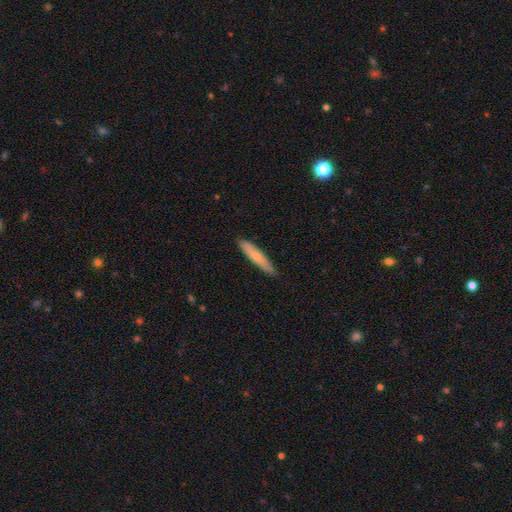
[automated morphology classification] The model was most divided on "smooth or featured": smooth: 66%, featured or disk: 28%, star or artifact: 6%. More confident: how rounded — cigar-shaped (88%); merging — none (84%).